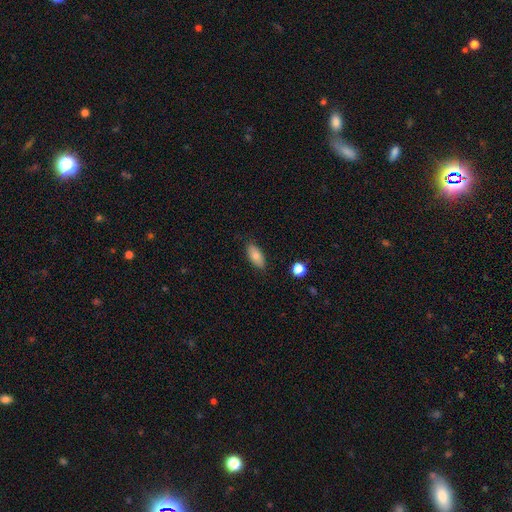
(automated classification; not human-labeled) Smooth or featured?
  - smooth: 78% *
  - featured or disk: 14%
  - star or artifact: 8%
How rounded?
  - in between: 86% *
  - cigar-shaped: 11%
  - round: 3%
Merging?
  - none: 85% *
  - minor disturbance: 11%
  - major disturbance: 2%
  - merger: 1%